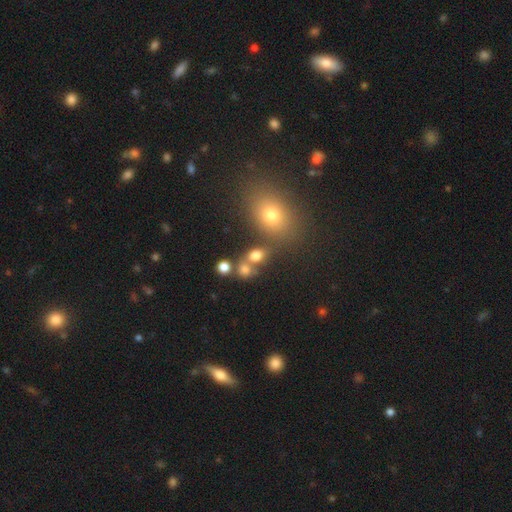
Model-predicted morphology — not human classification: Smooth or featured? Predicted: smooth (p=0.73). How rounded? Predicted: in between (p=0.52). Merging? Predicted: none (p=0.43).